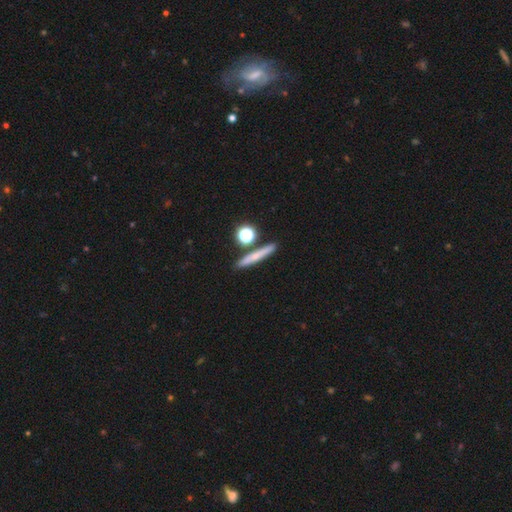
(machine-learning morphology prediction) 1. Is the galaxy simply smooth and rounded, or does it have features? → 58% smooth, 29% featured or disk, 13% star or artifact.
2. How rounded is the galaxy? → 70% cigar-shaped, 18% round, 12% in between.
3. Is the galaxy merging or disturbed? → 81% none, 8% minor disturbance, 8% merger, 3% major disturbance.